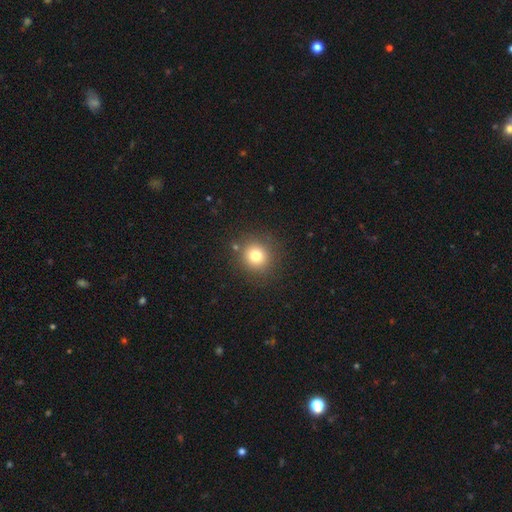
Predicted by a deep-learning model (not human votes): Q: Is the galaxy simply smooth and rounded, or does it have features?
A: smooth — 77%.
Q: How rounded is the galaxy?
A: round — 90%.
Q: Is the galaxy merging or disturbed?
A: none — 85%.